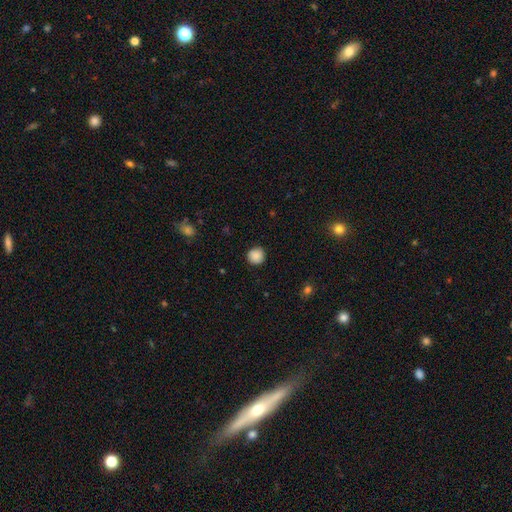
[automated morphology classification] smooth 87%, star or artifact 9%, featured or disk 4%. Down the decision tree: how rounded — round (93%); merging — none (89%).